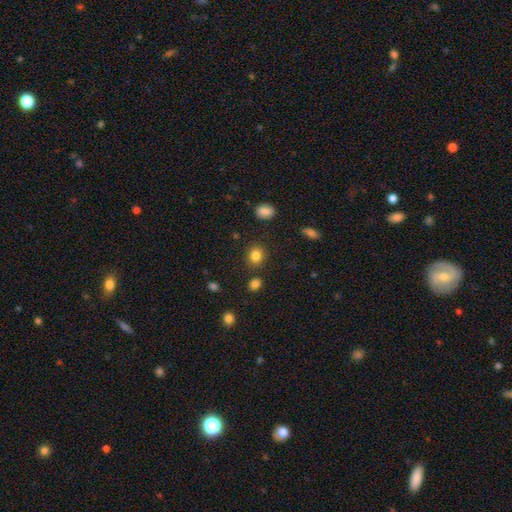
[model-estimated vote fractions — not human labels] smooth_or_featured: smooth (p=0.84) [alt: star or artifact p=0.11]
how_rounded: round (p=0.72) [alt: in between p=0.27]
merging: none (p=0.85) [alt: minor disturbance p=0.08]